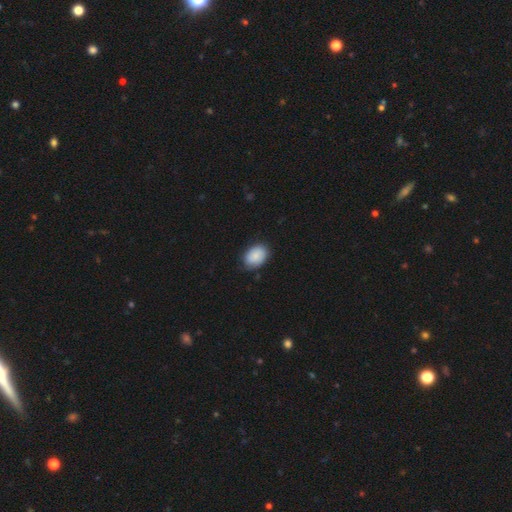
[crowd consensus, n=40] smooth_or_featured: smooth (p=0.85) [alt: featured or disk p=0.07]
how_rounded: in between (p=0.85) [alt: round p=0.12]
merging: none (p=0.89) [alt: minor disturbance p=0.08]